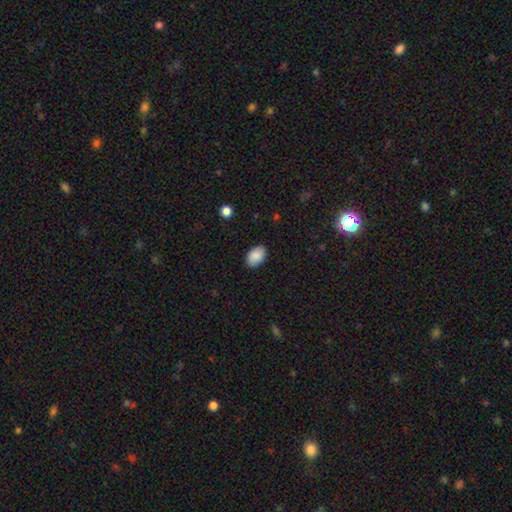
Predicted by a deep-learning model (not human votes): A smooth galaxy with no disk features (89%) that is in between round and cigar-shaped (88%).

Vote fractions:
- Smooth or featured? smooth: 89% / star or artifact: 7% / featured or disk: 4%
- How rounded? in between: 88% / round: 11% / cigar-shaped: 1%
- Merging? none: 87% / minor disturbance: 9% / major disturbance: 2% / merger: 1%